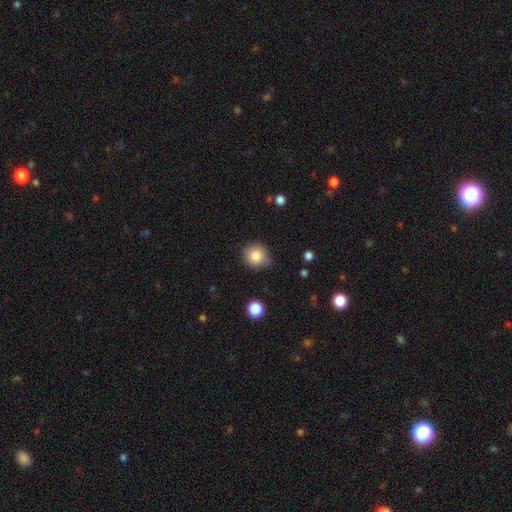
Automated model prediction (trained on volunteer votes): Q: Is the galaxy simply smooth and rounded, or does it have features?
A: smooth — 84%.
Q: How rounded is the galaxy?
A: round — 89%.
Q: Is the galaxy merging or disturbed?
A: none — 76%.